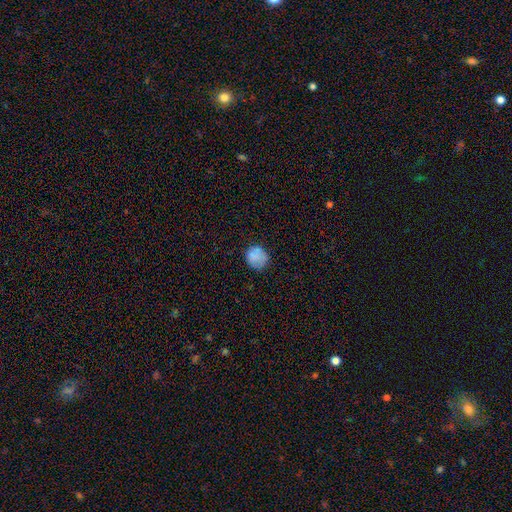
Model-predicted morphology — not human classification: This appears to be a smooth galaxy with no disk features (80%) that is round (81%). Merging: none (70%).